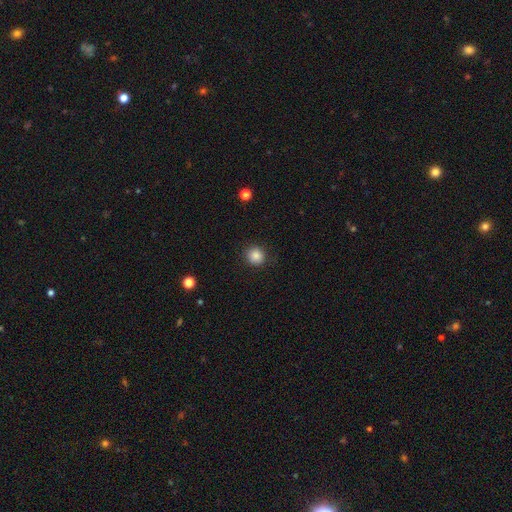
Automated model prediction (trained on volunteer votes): Overall: smooth (85%). How rounded: round (89%). Merging: none (88%).